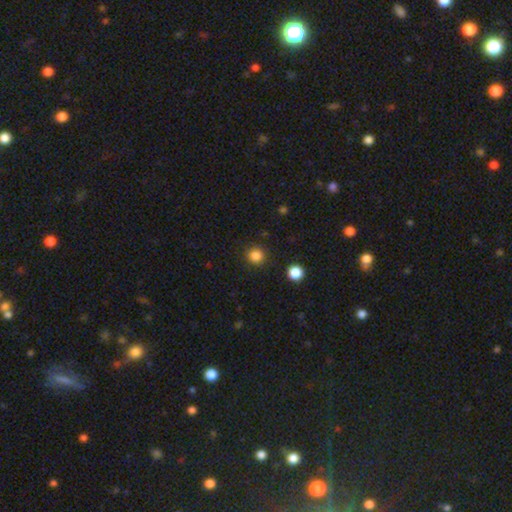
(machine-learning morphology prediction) smooth-or-featured: smooth: 84% | star or artifact: 12% | featured or disk: 3%
  how-rounded: round: 93% | in between: 6% | cigar-shaped: 1%
  merging: none: 89% | minor disturbance: 7% | major disturbance: 2% | merger: 2%